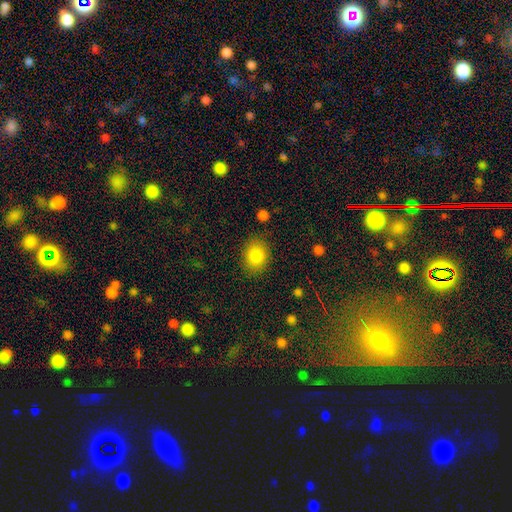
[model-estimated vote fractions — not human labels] A smooth galaxy with no disk features (85%) that is round (60%). Merging: none (85%).